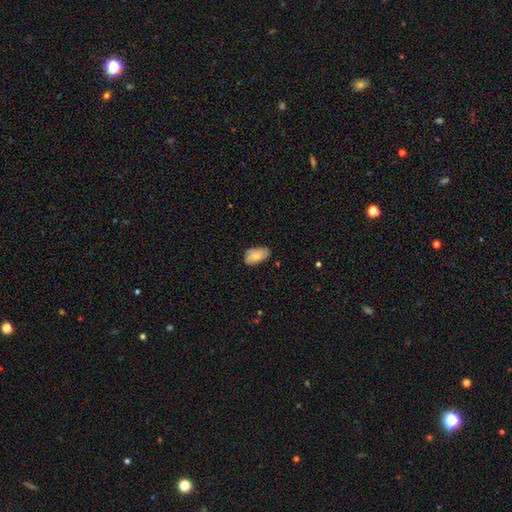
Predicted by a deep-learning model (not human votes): smooth 71%, featured or disk 22%, star or artifact 7%. Down the decision tree: how rounded — in between (93%); merging — none (67%).